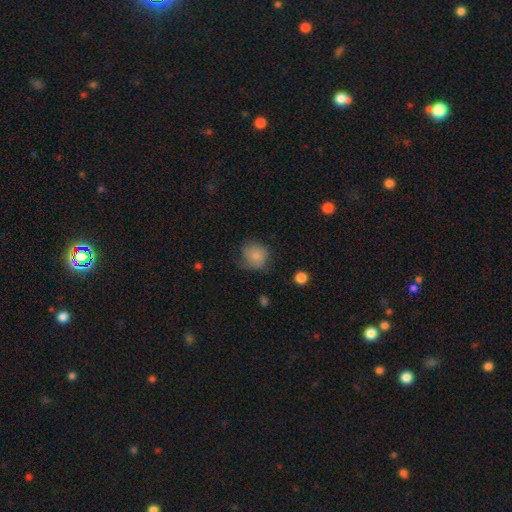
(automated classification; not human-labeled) Overall: smooth (82%). How rounded: round (80%). Merging: none (62%; minor disturbance 27%).